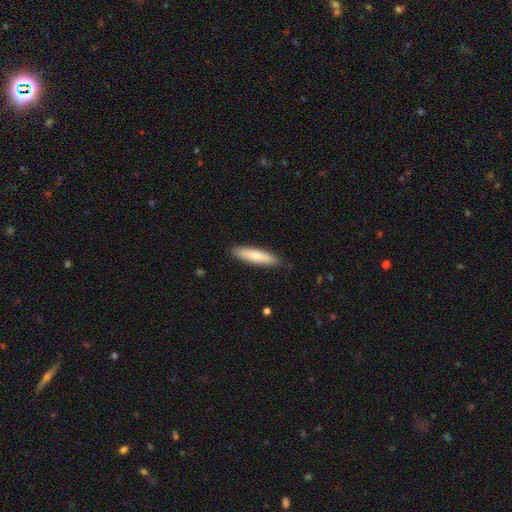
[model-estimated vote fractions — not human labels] This is likely a smooth galaxy (80%). How rounded: likely cigar-shaped (80%). Merging: clearly none (90%).